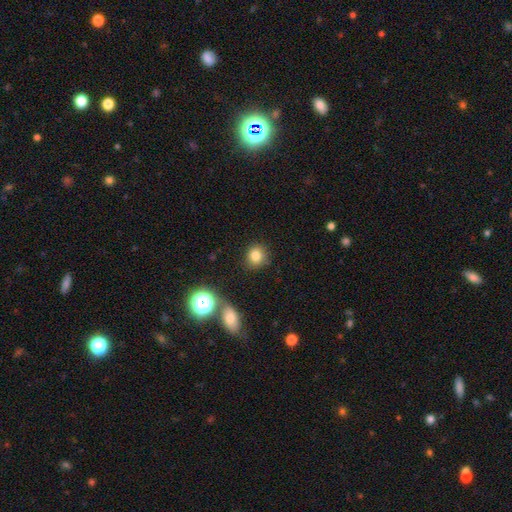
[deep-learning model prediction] smooth_or_featured: smooth (p=0.81) [alt: star or artifact p=0.13]
how_rounded: round (p=0.80) [alt: in between p=0.19]
merging: none (p=0.85) [alt: minor disturbance p=0.10]